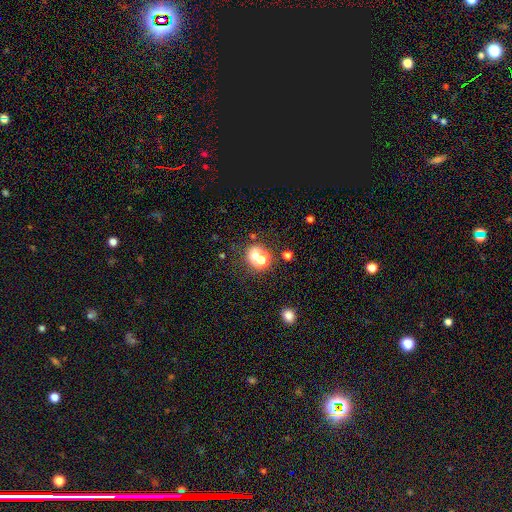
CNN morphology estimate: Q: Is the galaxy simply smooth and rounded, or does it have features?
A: smooth — 58%.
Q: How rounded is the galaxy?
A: round — 53%.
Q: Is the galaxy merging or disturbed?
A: merger — 40%.